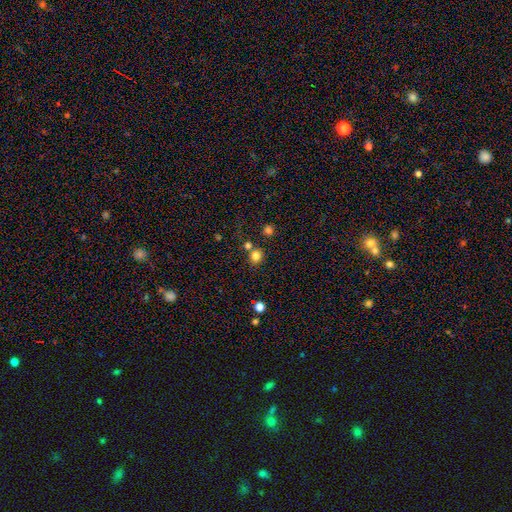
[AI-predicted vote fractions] Q: Smooth or featured?
A: smooth (80%); runner-up: star or artifact (15%)
Q: How rounded?
A: round (79%); runner-up: in between (20%)
Q: Merging?
A: none (70%); runner-up: merger (17%)